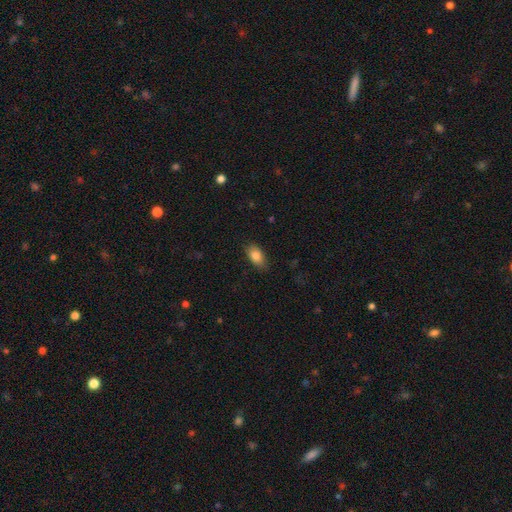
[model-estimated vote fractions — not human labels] A smooth galaxy with no disk features (84%) that is in between round and cigar-shaped (90%).

Vote fractions:
- Smooth or featured? smooth: 84% / featured or disk: 8% / star or artifact: 8%
- How rounded? in between: 90% / round: 7% / cigar-shaped: 4%
- Merging? none: 83% / minor disturbance: 13% / major disturbance: 3% / merger: 1%